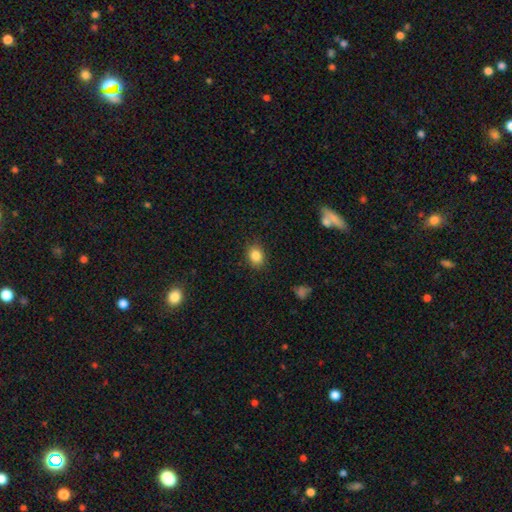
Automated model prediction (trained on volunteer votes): Smooth or featured: smooth — 85% (star or artifact — 10%)
How rounded: in between — 56% (round — 43%)
Merging: none — 87% (minor disturbance — 10%)